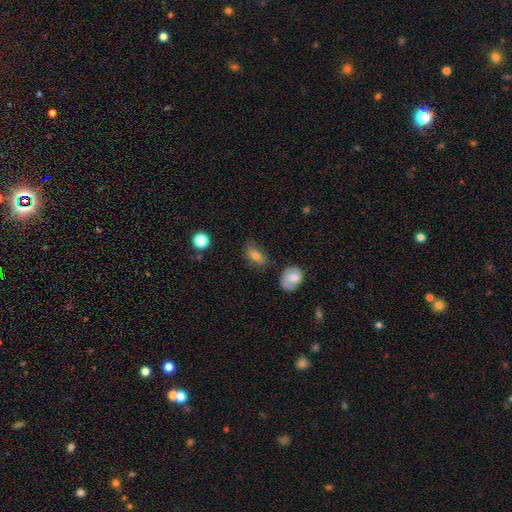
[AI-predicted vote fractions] This appears to be a smooth galaxy with no disk features (71%) that is in between round and cigar-shaped (80%). Merging: none (65%).